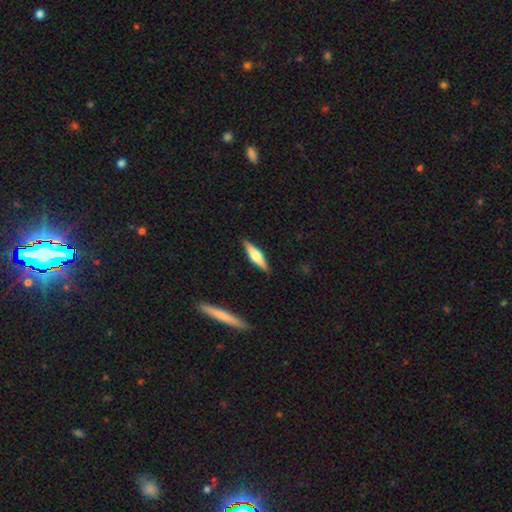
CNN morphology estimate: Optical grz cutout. It shows a smooth galaxy with no disk features (49%). Merging: none (89%).